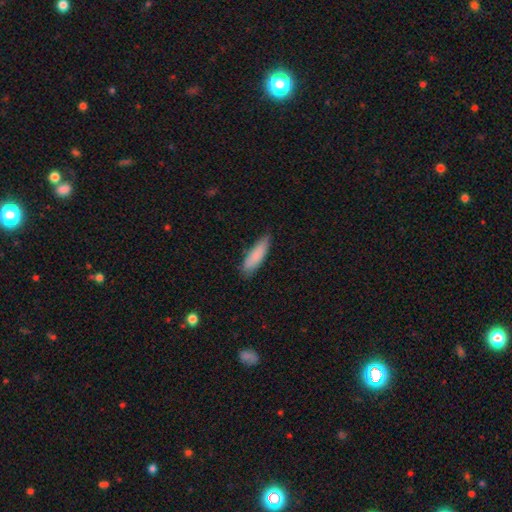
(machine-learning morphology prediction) Q: Smooth or featured?
A: smooth (85%); runner-up: featured or disk (9%)
Q: How rounded?
A: cigar-shaped (59%); runner-up: in between (40%)
Q: Merging?
A: none (79%); runner-up: minor disturbance (17%)